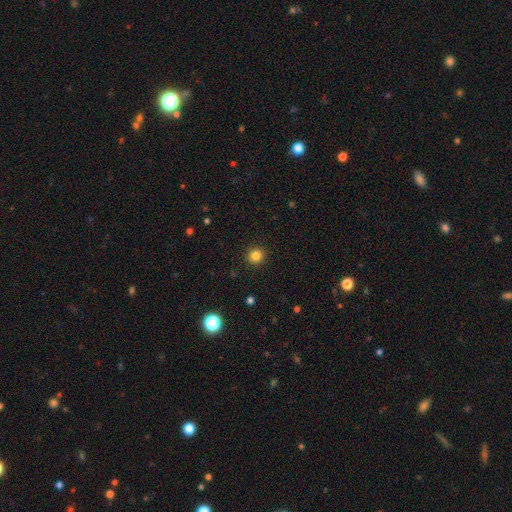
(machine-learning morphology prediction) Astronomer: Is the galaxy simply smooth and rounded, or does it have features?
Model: smooth — 83%.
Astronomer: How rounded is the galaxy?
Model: round — 93%.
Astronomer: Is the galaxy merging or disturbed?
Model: none — 92%.